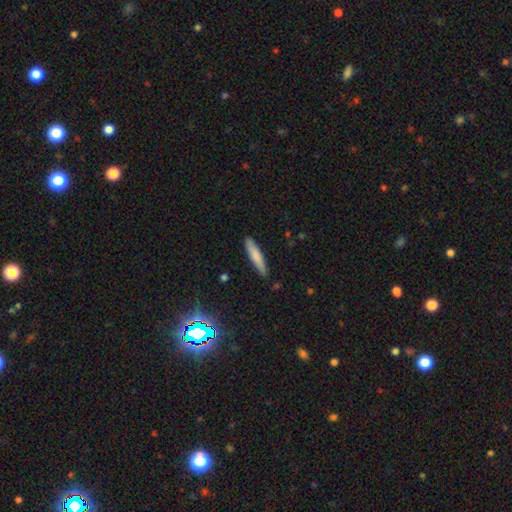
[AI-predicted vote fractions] A smooth galaxy with no disk features (78%) that is cigar-shaped (85%). Merging: none (86%).